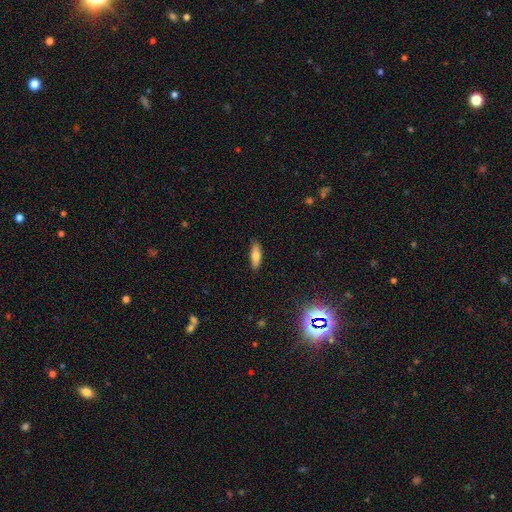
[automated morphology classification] A smooth galaxy with no disk features (73%) that is in between round and cigar-shaped (56%).

Vote fractions:
- Smooth or featured? smooth: 73% / featured or disk: 19% / star or artifact: 8%
- How rounded? in between: 56% / cigar-shaped: 42% / round: 2%
- Merging? none: 88% / minor disturbance: 9% / major disturbance: 2% / merger: 1%